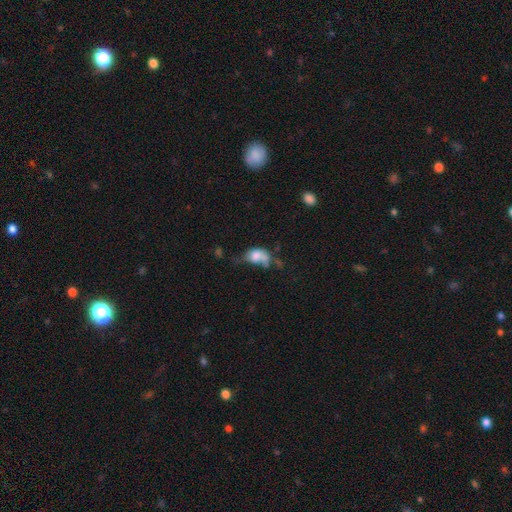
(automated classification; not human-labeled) Overall: smooth (66%). How rounded: in between (77%). Merging: major disturbance (31%; merger 28%).